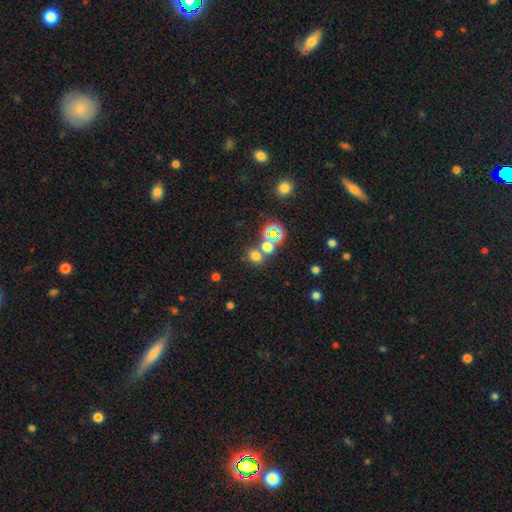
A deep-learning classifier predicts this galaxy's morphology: A smooth galaxy with no disk features (63%) that is round (73%).

Vote fractions:
- Smooth or featured? smooth: 63% / star or artifact: 30% / featured or disk: 8%
- How rounded? round: 73% / in between: 25% / cigar-shaped: 1%
- Merging? none: 63% / merger: 25% / minor disturbance: 8% / major disturbance: 4%